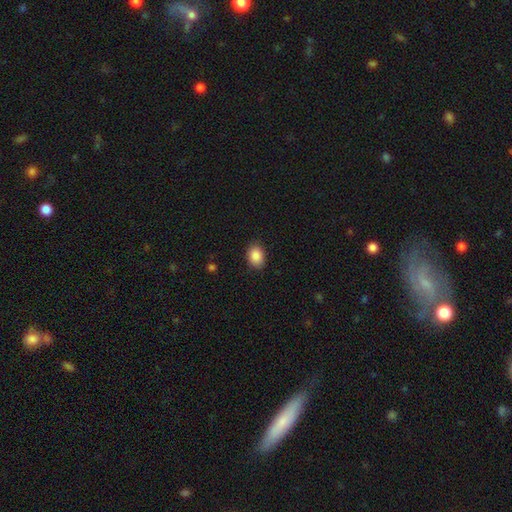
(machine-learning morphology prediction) Smooth or featured: smooth — 88% (star or artifact — 8%)
How rounded: in between — 70% (round — 29%)
Merging: none — 87% (minor disturbance — 10%)